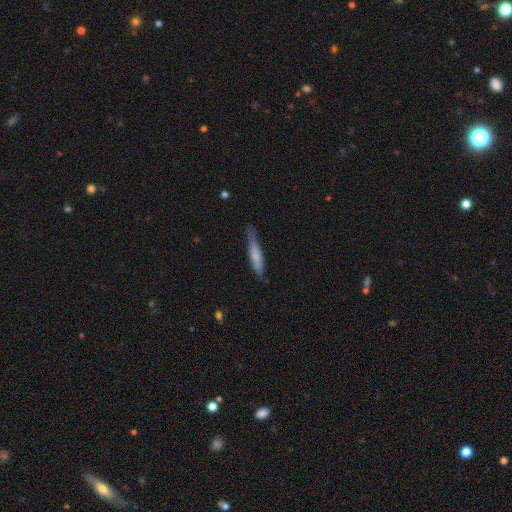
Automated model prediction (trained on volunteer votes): This appears to be a smooth galaxy with no disk features (67%) that is cigar-shaped (88%). Merging: none (67%).